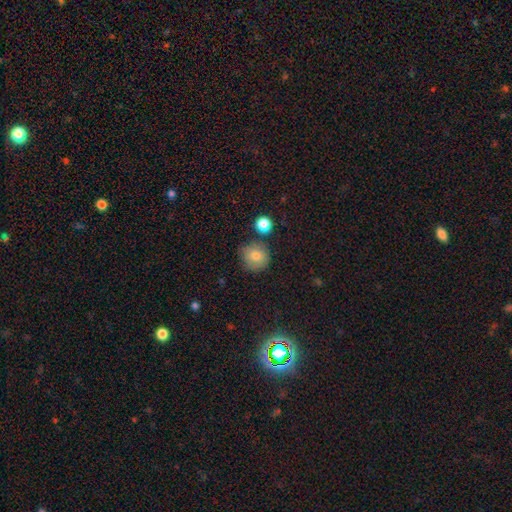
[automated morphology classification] smooth-or-featured: smooth: 79% | star or artifact: 11% | featured or disk: 10%
  how-rounded: round: 90% | in between: 9% | cigar-shaped: 1%
  merging: none: 72% | minor disturbance: 18% | merger: 6% | major disturbance: 4%